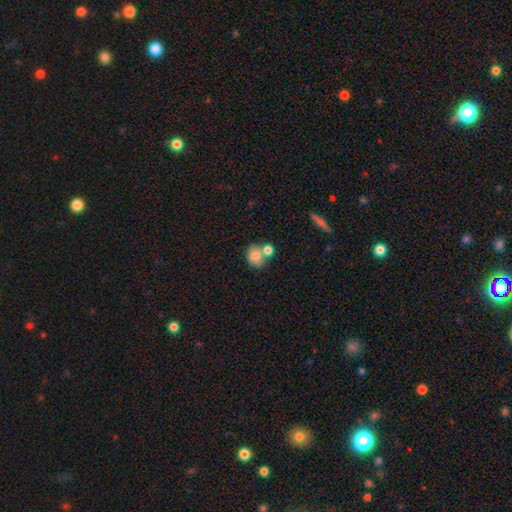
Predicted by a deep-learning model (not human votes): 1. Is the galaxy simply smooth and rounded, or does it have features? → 78% smooth, 13% featured or disk, 9% star or artifact.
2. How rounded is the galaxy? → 66% round, 32% in between, 1% cigar-shaped.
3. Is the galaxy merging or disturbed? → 45% none, 38% merger, 12% minor disturbance, 4% major disturbance.